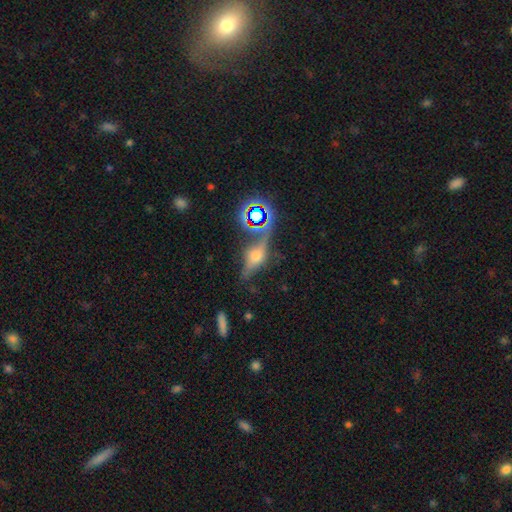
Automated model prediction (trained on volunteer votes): Q: Smooth or featured?
A: featured or disk (57%); runner-up: smooth (22%)
Q: Edge-on disk?
A: yes (78%); runner-up: no (22%)
Q: Merging?
A: none (64%); runner-up: minor disturbance (18%)